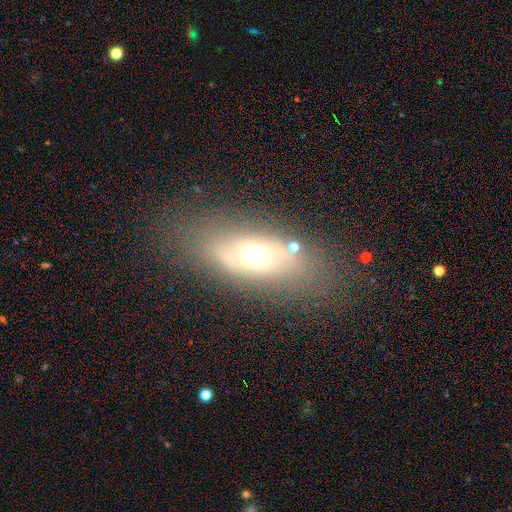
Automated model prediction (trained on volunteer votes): This is marginally a featured or disk galaxy (44%, tied with smooth). Merging: likely none (76%).